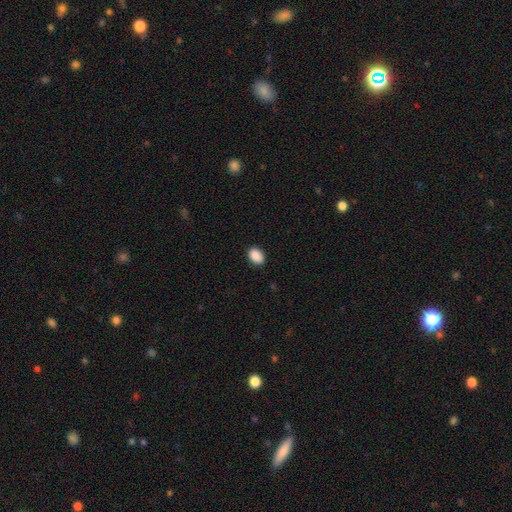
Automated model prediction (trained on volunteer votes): Smooth or featured: smooth — 90% (star or artifact — 7%)
How rounded: in between — 79% (round — 20%)
Merging: none — 89% (minor disturbance — 8%)